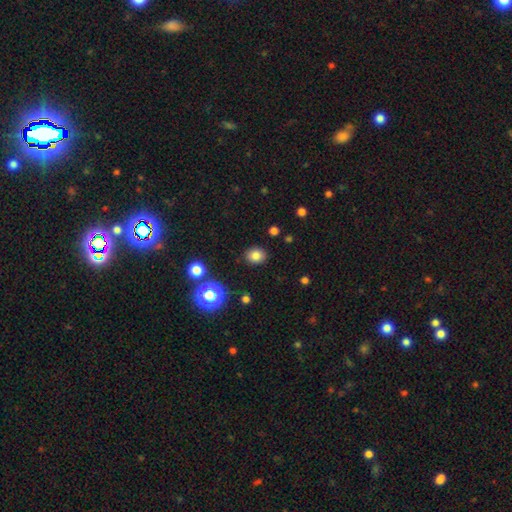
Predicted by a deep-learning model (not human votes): Smooth or featured? Predicted: smooth (p=0.81). How rounded? Predicted: round (p=0.59). Merging? Predicted: none (p=0.87).